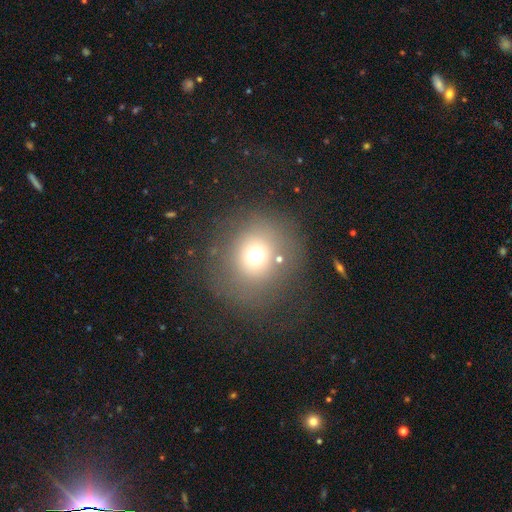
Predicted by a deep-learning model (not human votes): Smooth or featured?
  - smooth: 67% *
  - star or artifact: 20%
  - featured or disk: 13%
How rounded?
  - round: 84% *
  - in between: 15%
  - cigar-shaped: 1%
Merging?
  - none: 73% *
  - minor disturbance: 12%
  - major disturbance: 11%
  - merger: 4%